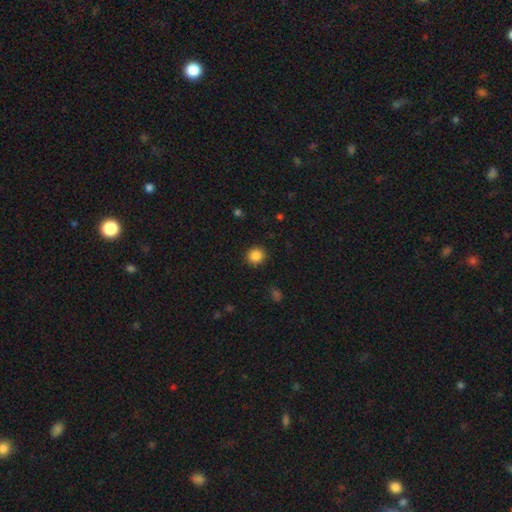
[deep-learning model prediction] A smooth galaxy with no disk features (86%) that is round (90%). Merging: none (90%).